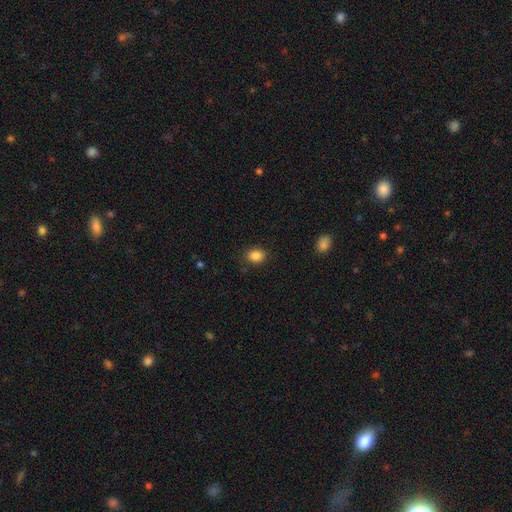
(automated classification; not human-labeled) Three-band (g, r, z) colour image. It shows a smooth galaxy with no disk features (86%) that is in between round and cigar-shaped (55%). Merging: none (85%).